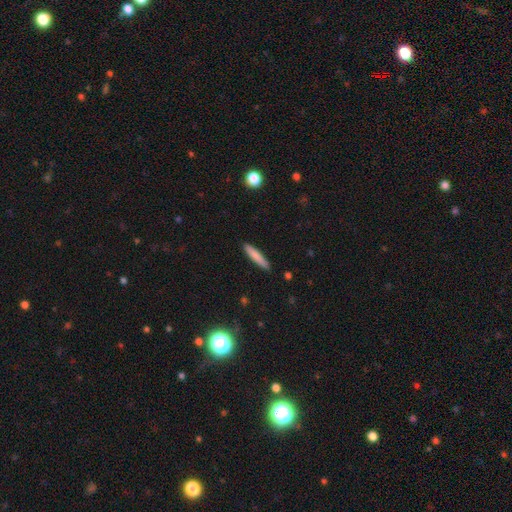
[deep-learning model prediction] Overall: smooth (80%). How rounded: cigar-shaped (91%). Merging: none (90%).